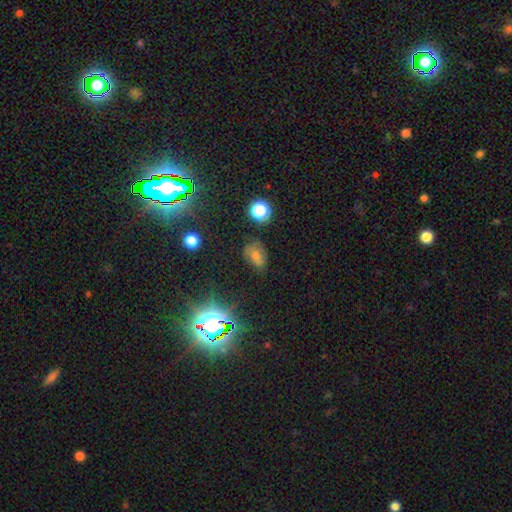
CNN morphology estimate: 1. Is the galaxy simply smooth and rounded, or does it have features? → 46% smooth, 33% star or artifact, 21% featured or disk.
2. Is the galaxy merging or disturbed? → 67% none, 22% minor disturbance, 8% major disturbance, 4% merger.